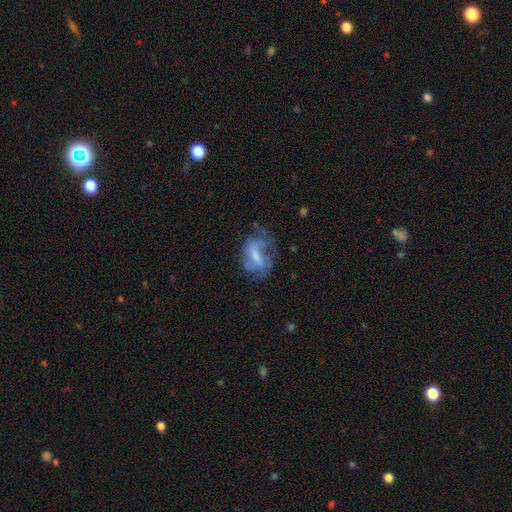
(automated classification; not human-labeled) featured or disk 56%, smooth 35%, star or artifact 9%. Down the decision tree: edge-on disk — no (94%); bar — weak (39%); spiral arms — yes (53%); bulge size — moderate (34%); merging — none (42%).